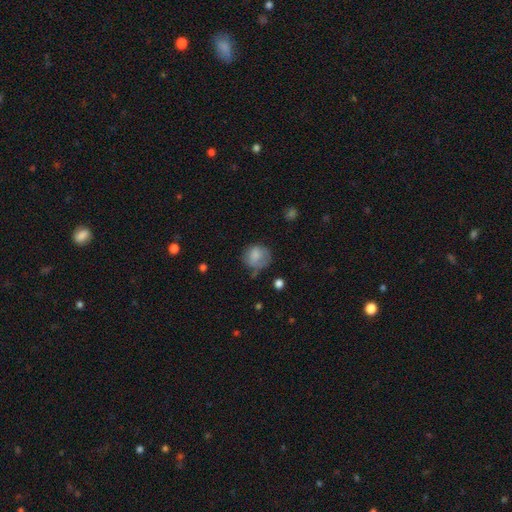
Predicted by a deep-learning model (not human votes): Smooth or featured?
  - smooth: 78% *
  - featured or disk: 13%
  - star or artifact: 9%
How rounded?
  - round: 75% *
  - in between: 24%
  - cigar-shaped: 1%
Merging?
  - none: 51% *
  - minor disturbance: 30%
  - major disturbance: 15%
  - merger: 4%